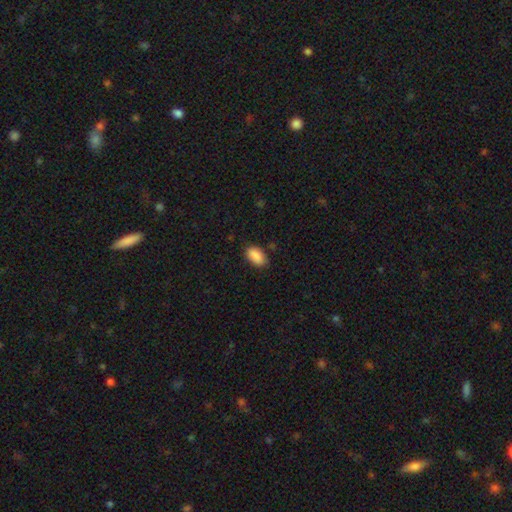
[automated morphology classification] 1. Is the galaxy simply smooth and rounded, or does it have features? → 89% smooth, 7% star or artifact, 4% featured or disk.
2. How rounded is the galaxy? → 93% in between, 5% round, 2% cigar-shaped.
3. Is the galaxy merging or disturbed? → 81% none, 15% minor disturbance, 3% major disturbance, 1% merger.